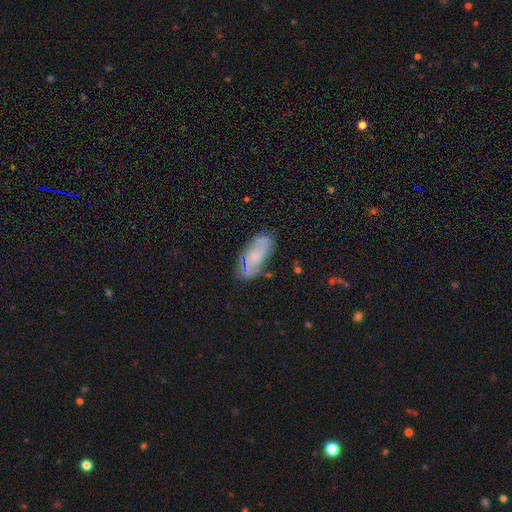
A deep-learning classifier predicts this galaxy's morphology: This is possibly a featured or disk galaxy (58%). It is clearly not viewed edge-on (91%). Bar: likely no (64%). Spiral arm pattern: clearly yes (82%). Central bulge: possibly small (47%). Merging: likely none (70%).